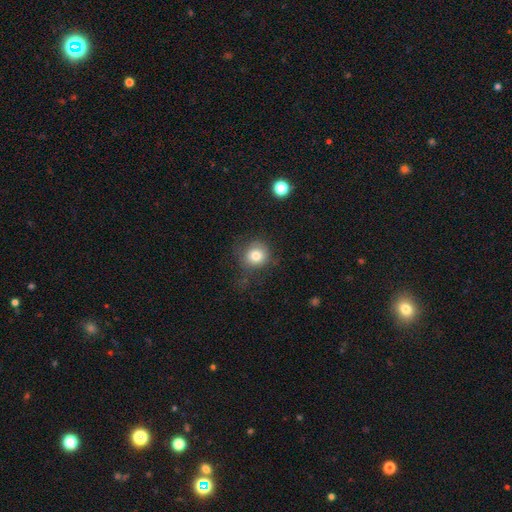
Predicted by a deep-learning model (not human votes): smooth_or_featured: smooth (p=0.79) [alt: star or artifact p=0.11]
how_rounded: round (p=0.88) [alt: in between p=0.11]
merging: none (p=0.70) [alt: minor disturbance p=0.19]